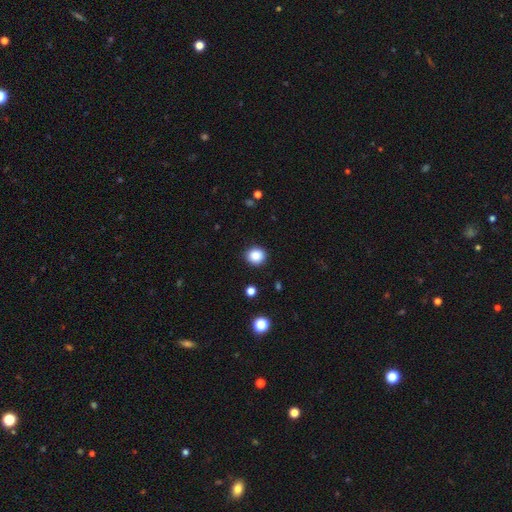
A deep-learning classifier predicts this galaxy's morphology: Overall: smooth (86%). How rounded: round (85%). Merging: none (90%).